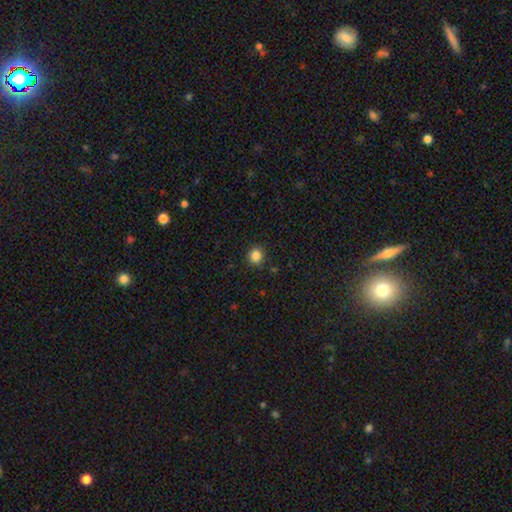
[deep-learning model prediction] smooth 85%, star or artifact 12%, featured or disk 4%. Down the decision tree: how rounded — round (86%); merging — none (89%).